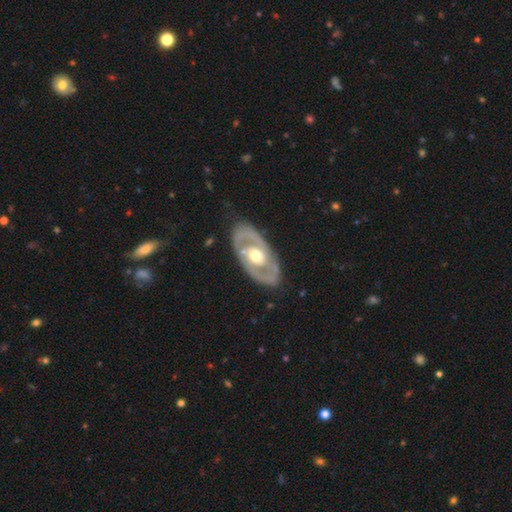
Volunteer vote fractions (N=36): A featured or disk galaxy (83%) with no bar (64%), no spiral arms (68%) and a moderate central bulge (71%). Merging: none (89%).